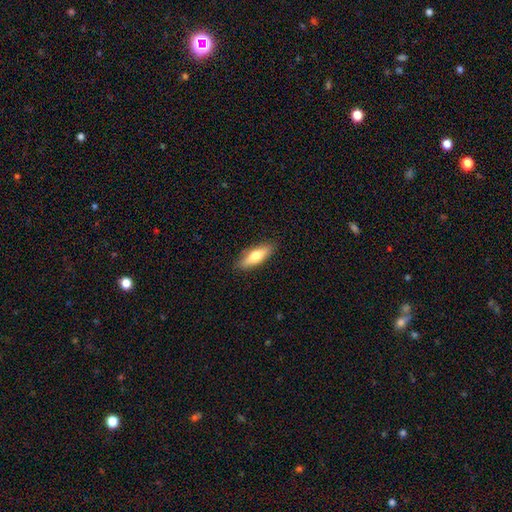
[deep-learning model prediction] The model was most divided on "how rounded" (2-way tie): cigar-shaped: 49%, in between: 49%, round: 3%. More confident: merging — none (88%); smooth or featured — smooth (61%).